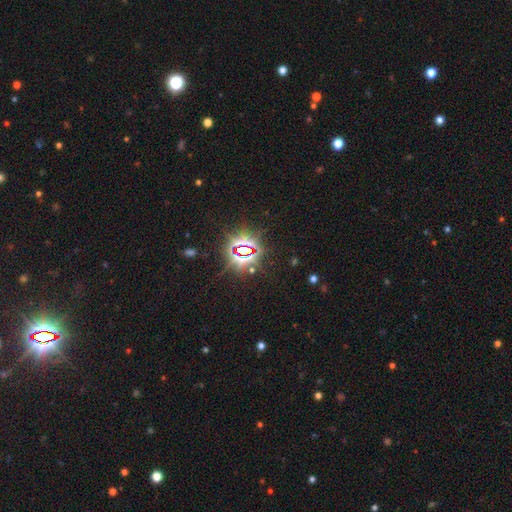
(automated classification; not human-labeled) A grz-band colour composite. It shows a star or artifact, not a galaxy (84%).